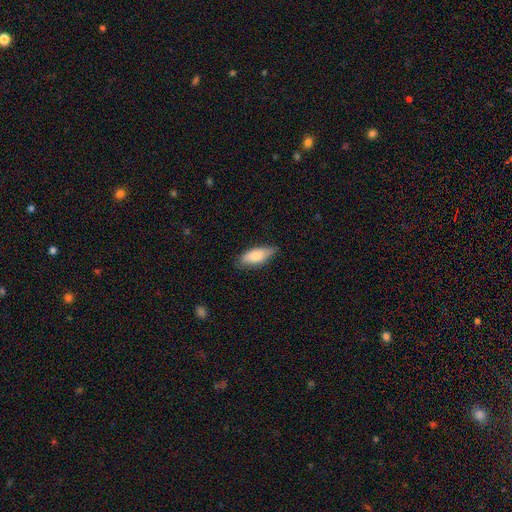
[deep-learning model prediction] smooth-or-featured: smooth: 79% | featured or disk: 15% | star or artifact: 6%
  how-rounded: in between: 76% | cigar-shaped: 22% | round: 2%
  merging: none: 75% | minor disturbance: 21% | major disturbance: 3% | merger: 1%